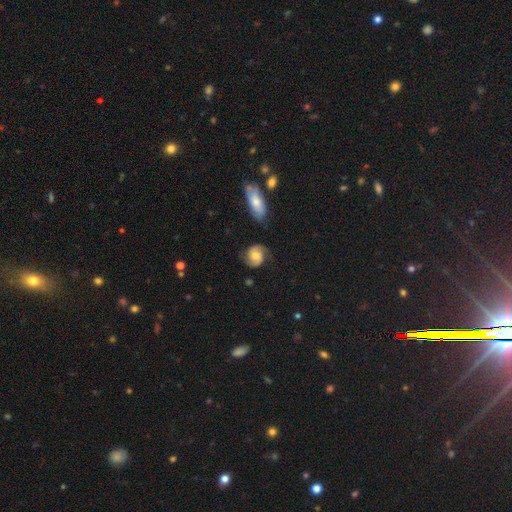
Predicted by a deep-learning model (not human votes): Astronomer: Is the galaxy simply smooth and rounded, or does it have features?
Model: featured or disk — 72%.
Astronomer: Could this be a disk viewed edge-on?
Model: no — 97%.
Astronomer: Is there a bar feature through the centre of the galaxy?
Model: no — 64%.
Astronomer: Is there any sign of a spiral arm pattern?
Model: yes — 95%.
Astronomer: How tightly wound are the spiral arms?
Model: medium — 46% (runner-up: tight, 36%).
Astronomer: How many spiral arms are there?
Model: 2 — 89%.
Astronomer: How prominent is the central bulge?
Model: moderate — 59%.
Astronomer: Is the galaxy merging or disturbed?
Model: none — 76%.